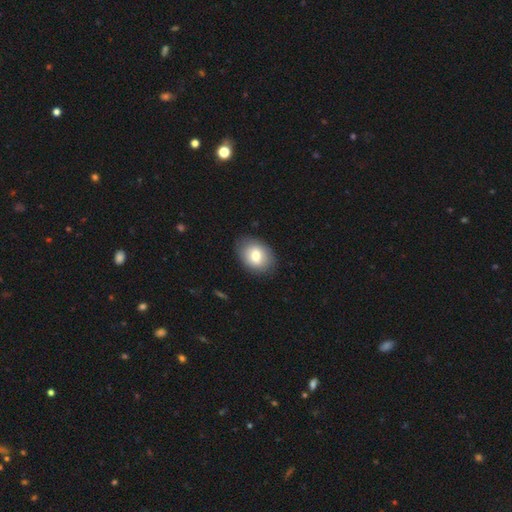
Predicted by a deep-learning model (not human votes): smooth_or_featured: smooth (p=0.75) [alt: featured or disk p=0.17]
how_rounded: in between (p=0.70) [alt: round p=0.29]
merging: none (p=0.85) [alt: minor disturbance p=0.12]